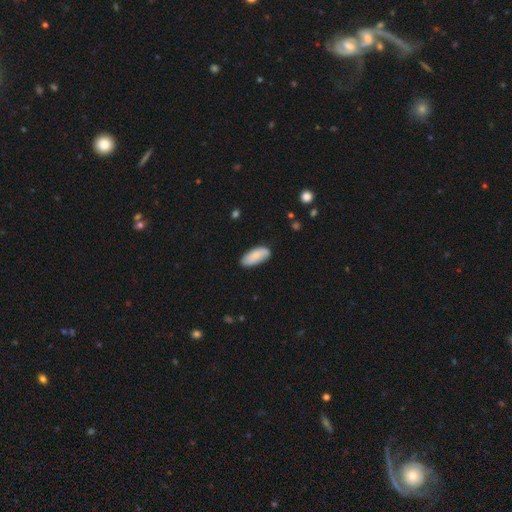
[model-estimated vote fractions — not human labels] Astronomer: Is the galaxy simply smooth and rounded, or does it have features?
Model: smooth — 83%.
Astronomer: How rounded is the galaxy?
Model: in between — 86%.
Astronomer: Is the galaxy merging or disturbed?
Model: none — 82%.